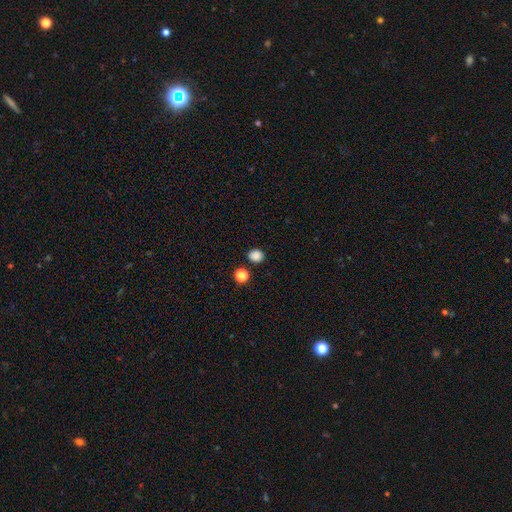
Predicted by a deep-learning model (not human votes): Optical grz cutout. It shows a smooth galaxy with no disk features (85%) that is round (72%). Merging: none (86%).